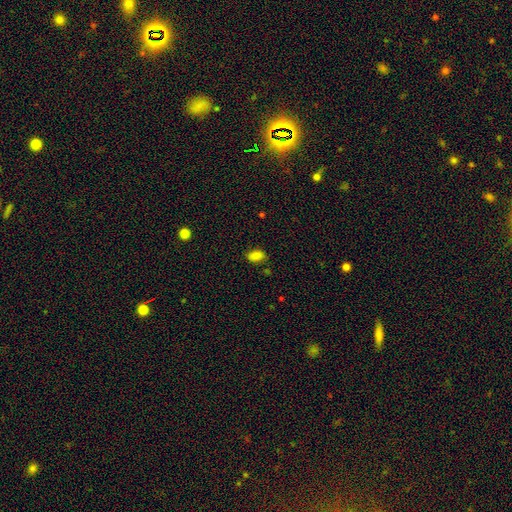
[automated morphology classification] Smooth or featured? Predicted: smooth (p=0.84). How rounded? Predicted: in between (p=0.88). Merging? Predicted: none (p=0.80).